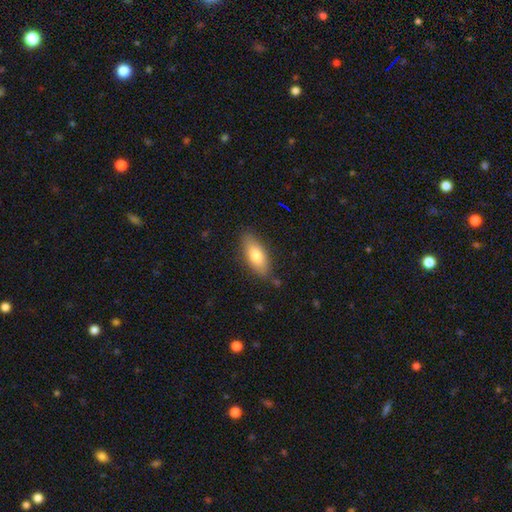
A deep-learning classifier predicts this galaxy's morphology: Smooth or featured? Predicted: smooth (p=0.76). How rounded? Predicted: in between (p=0.76). Merging? Predicted: none (p=0.82).